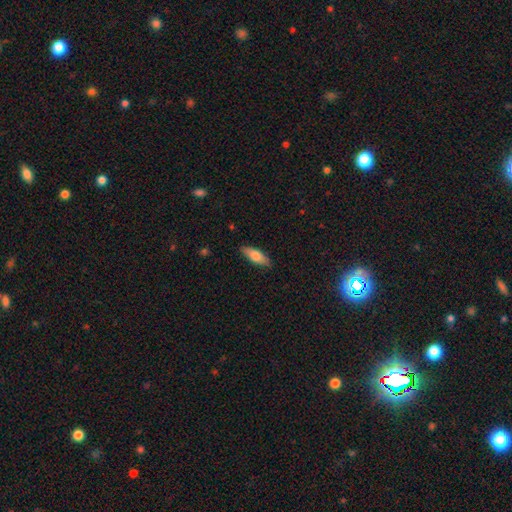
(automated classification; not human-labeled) A smooth galaxy with no disk features (72%) that is in between round and cigar-shaped (63%). Merging: none (85%).